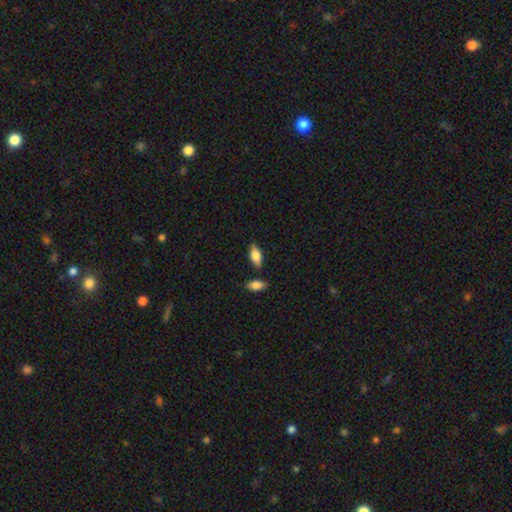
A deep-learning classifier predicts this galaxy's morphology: Smooth or featured? Predicted: smooth (p=0.67). How rounded? Predicted: in between (p=0.82). Merging? Predicted: none (p=0.76).